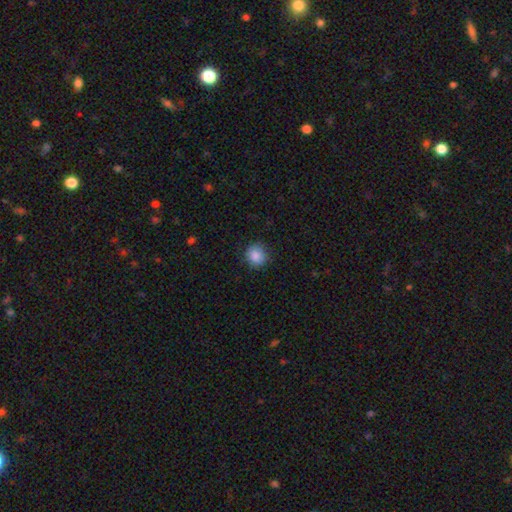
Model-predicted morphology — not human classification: A smooth galaxy with no disk features (86%) that is round (88%).

Vote fractions:
- Smooth or featured? smooth: 86% / star or artifact: 9% / featured or disk: 5%
- How rounded? round: 88% / in between: 11% / cigar-shaped: 1%
- Merging? none: 84% / minor disturbance: 12% / major disturbance: 3% / merger: 1%